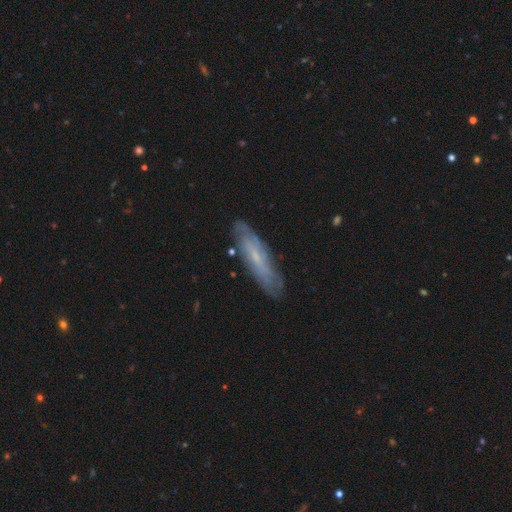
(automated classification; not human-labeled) A featured or disk galaxy (60%). Merging: none (81%).